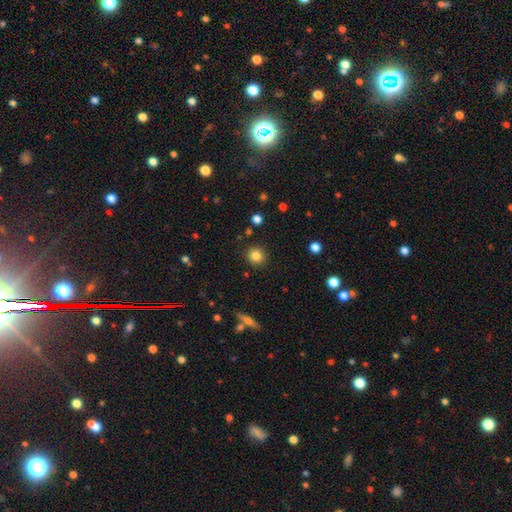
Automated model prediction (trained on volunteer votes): Smooth or featured?
  - smooth: 84% *
  - star or artifact: 11%
  - featured or disk: 6%
How rounded?
  - round: 92% *
  - in between: 7%
  - cigar-shaped: 1%
Merging?
  - none: 90% *
  - minor disturbance: 6%
  - major disturbance: 2%
  - merger: 2%